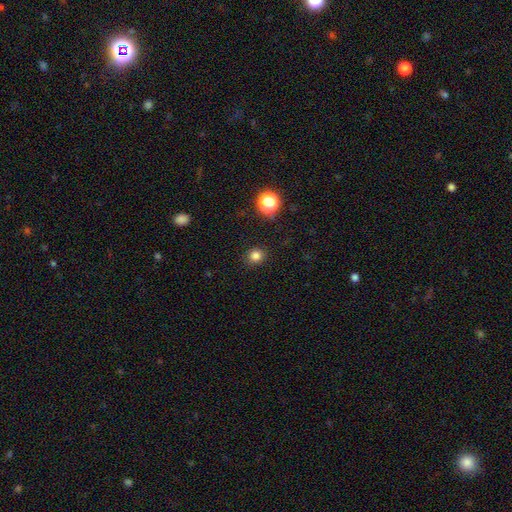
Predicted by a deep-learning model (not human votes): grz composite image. It shows a smooth galaxy with no disk features (81%) that is round (85%). Merging: none (89%).